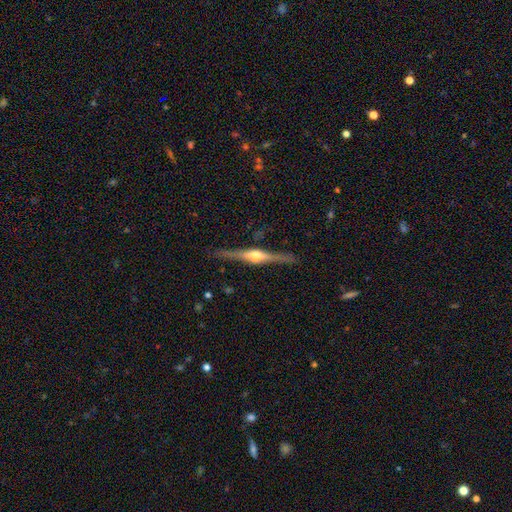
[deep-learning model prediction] Smooth or featured?
  - featured or disk: 83% *
  - smooth: 12%
  - star or artifact: 5%
Edge-on disk?
  - yes: 98% *
  - no: 2%
Edge-on bulge?
  - rounded: 92% *
  - boxy: 5%
  - none: 3%
Merging?
  - none: 88% *
  - minor disturbance: 9%
  - major disturbance: 2%
  - merger: 1%